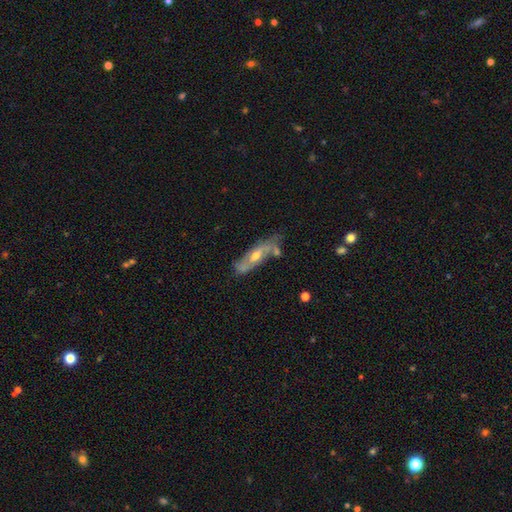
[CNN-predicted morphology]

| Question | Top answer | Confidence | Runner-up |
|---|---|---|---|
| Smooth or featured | featured or disk | 68% | smooth (25%) |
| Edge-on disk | no | 61% | yes (39%) |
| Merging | none | 62% | minor disturbance (23%) |